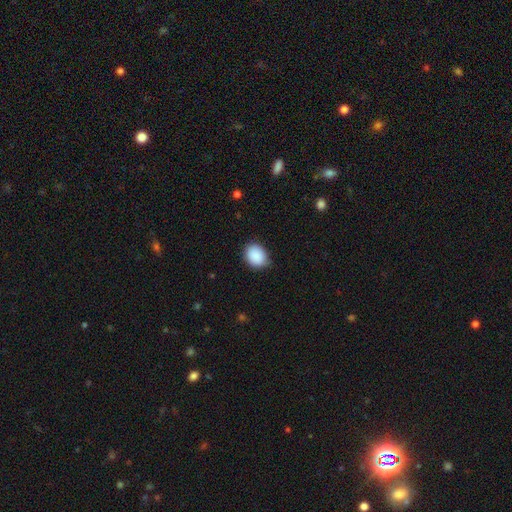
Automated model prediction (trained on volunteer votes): Smooth or featured? Predicted: smooth (p=0.89). How rounded? Predicted: in between (p=0.52). Merging? Predicted: none (p=0.77).